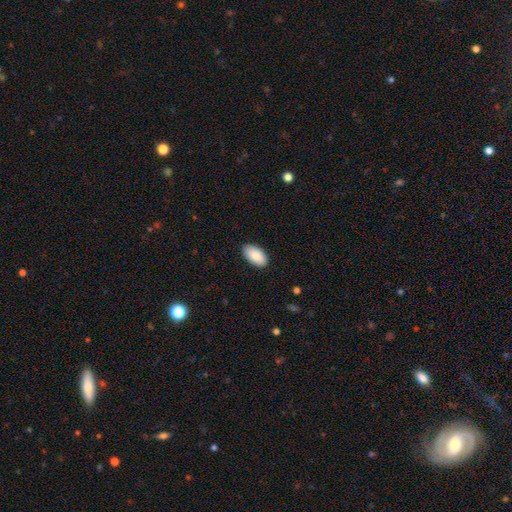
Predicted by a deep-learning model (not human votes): smooth_or_featured: smooth (p=0.88) [alt: star or artifact p=0.06]
how_rounded: in between (p=0.96) [alt: round p=0.03]
merging: none (p=0.88) [alt: minor disturbance p=0.09]